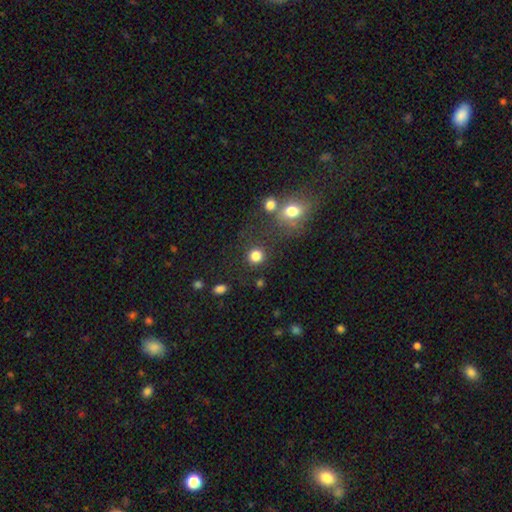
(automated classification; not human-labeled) smooth_or_featured: smooth (p=0.82) [alt: star or artifact p=0.13]
how_rounded: round (p=0.90) [alt: in between p=0.09]
merging: none (p=0.81) [alt: minor disturbance p=0.08]